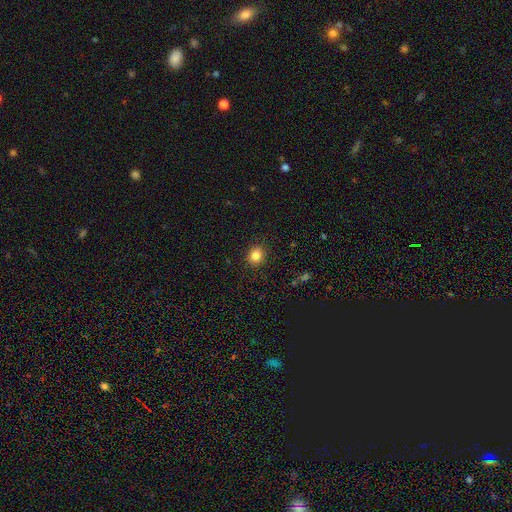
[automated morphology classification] Smooth or featured? Predicted: smooth (p=0.84). How rounded? Predicted: round (p=0.72). Merging? Predicted: none (p=0.89).